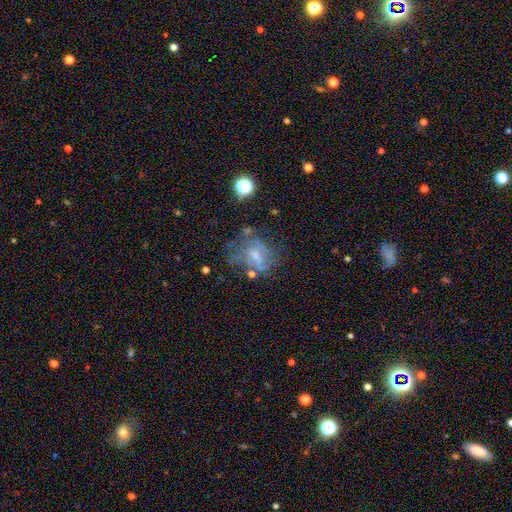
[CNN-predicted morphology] type=featured or disk (52%); edge-on=no (96%); merging=none (39%).